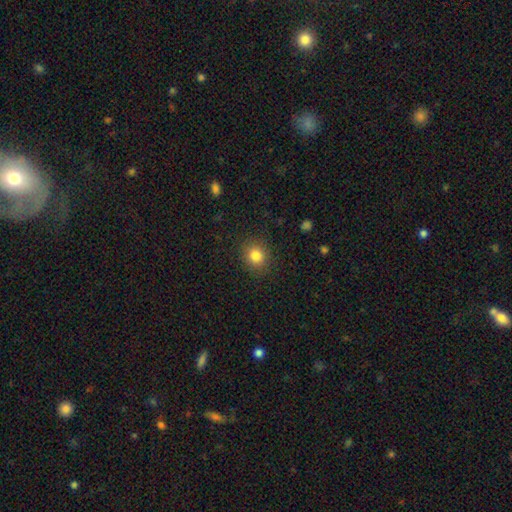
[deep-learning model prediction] This is clearly a smooth galaxy (83%). How rounded: likely round (78%). Merging: clearly none (88%).